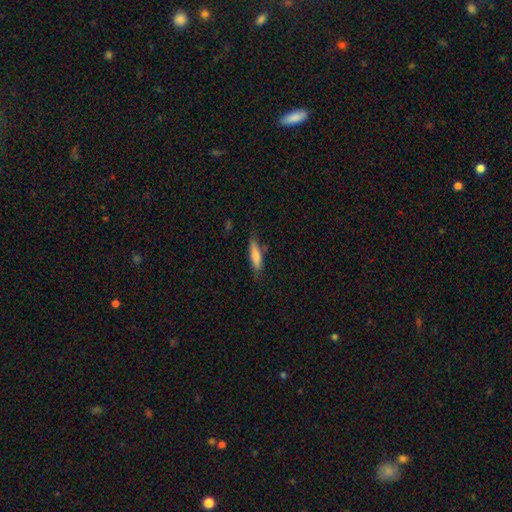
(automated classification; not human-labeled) The model was most divided on "how rounded": cigar-shaped: 73%, in between: 25%, round: 2%. More confident: merging — none (74%); smooth or featured — smooth (73%).